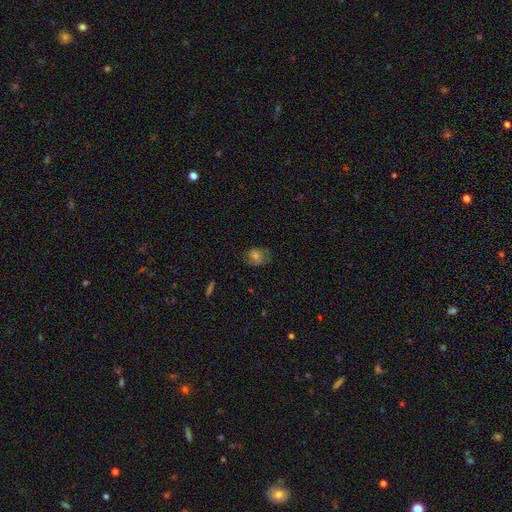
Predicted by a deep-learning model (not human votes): Morphology: type=smooth (46%); merging=none (69%).